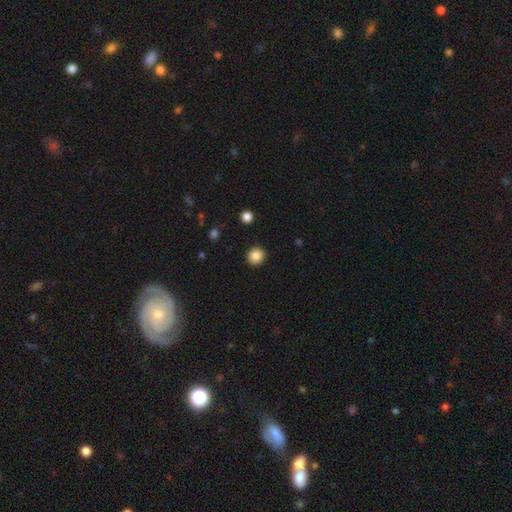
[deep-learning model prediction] The model was most divided on "smooth or featured": smooth: 87%, star or artifact: 10%, featured or disk: 3%. More confident: merging — none (92%); how rounded — round (90%).